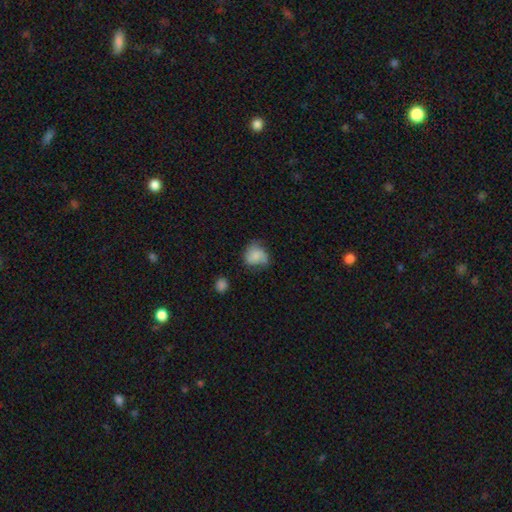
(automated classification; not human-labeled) Smooth or featured? Predicted: smooth (p=0.73). How rounded? Predicted: round (p=0.62). Merging? Predicted: none (p=0.49).